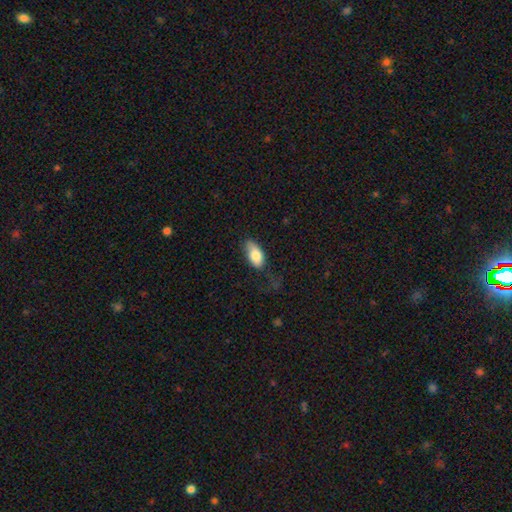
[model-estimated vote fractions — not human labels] smooth 81%, featured or disk 13%, star or artifact 7%. Down the decision tree: how rounded — in between (91%); merging — none (51%).